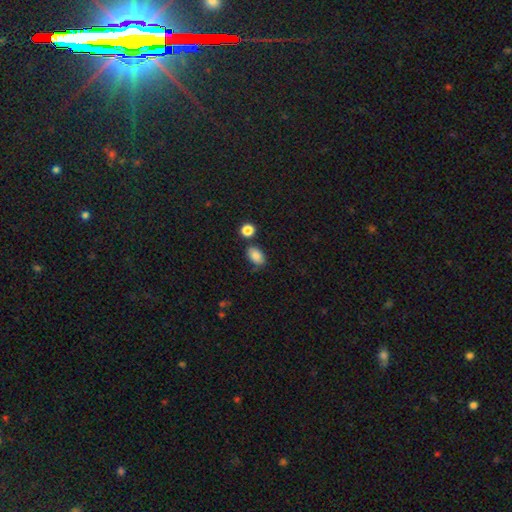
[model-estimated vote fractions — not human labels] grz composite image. It shows a smooth galaxy with no disk features (86%) that is in between round and cigar-shaped (89%). Merging: none (73%).